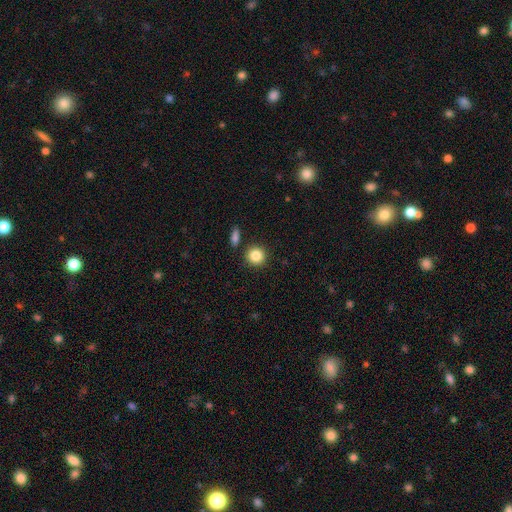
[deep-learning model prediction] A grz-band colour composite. It shows a smooth galaxy with no disk features (86%) that is round (91%). Merging: none (86%).